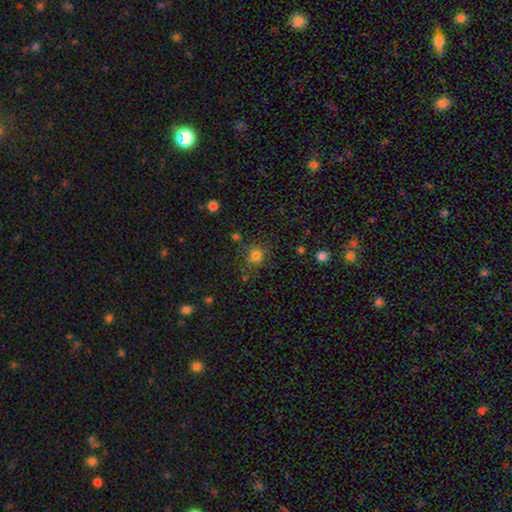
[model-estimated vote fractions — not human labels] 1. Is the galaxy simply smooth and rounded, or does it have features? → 77% smooth, 16% star or artifact, 7% featured or disk.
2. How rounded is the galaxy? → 77% round, 22% in between, 1% cigar-shaped.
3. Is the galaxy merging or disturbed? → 75% none, 15% minor disturbance, 6% major disturbance, 5% merger.